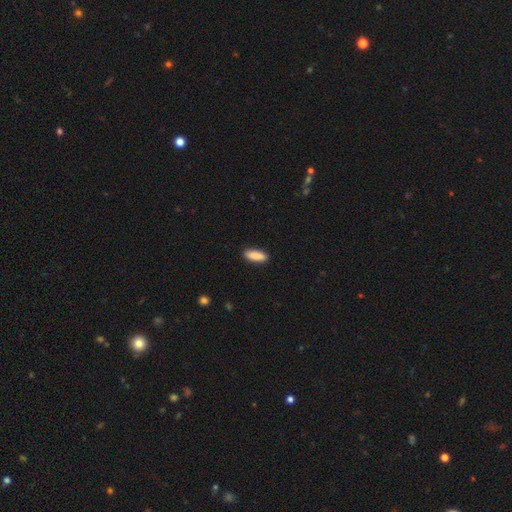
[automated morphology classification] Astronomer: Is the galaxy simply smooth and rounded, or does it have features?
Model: smooth — 90%.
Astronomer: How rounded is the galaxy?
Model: in between — 60% (runner-up: cigar-shaped, 38%).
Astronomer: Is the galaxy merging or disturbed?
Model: none — 89%.